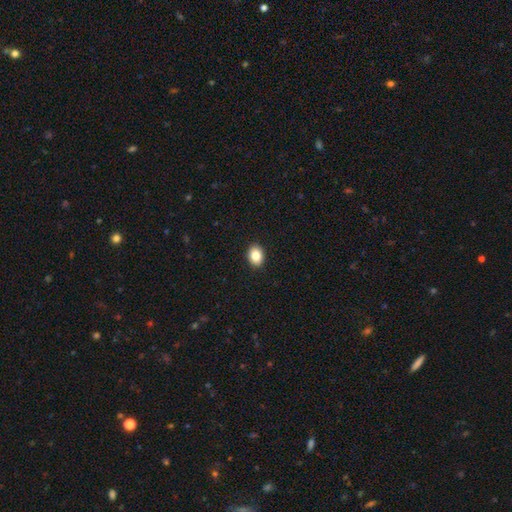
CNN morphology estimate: Smooth or featured? smooth (85%)
How rounded? in between (66%)
Merging? none (92%)